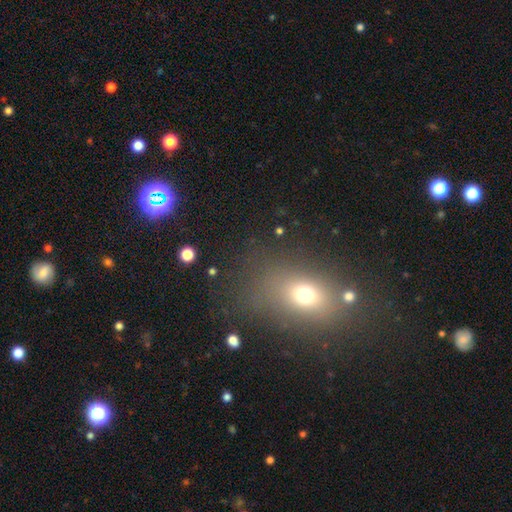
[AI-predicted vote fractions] smooth-or-featured: smooth: 56% | star or artifact: 31% | featured or disk: 13%
  how-rounded: in between: 63% | round: 33% | cigar-shaped: 4%
  merging: none: 76% | minor disturbance: 12% | major disturbance: 7% | merger: 6%